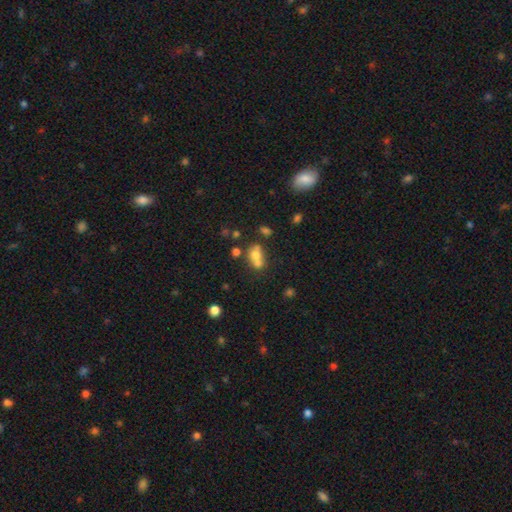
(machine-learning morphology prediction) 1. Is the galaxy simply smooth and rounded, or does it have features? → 64% smooth, 21% featured or disk, 15% star or artifact.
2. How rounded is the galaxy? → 54% round, 44% in between, 2% cigar-shaped.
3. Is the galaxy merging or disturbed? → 56% merger, 30% none, 9% minor disturbance, 6% major disturbance.